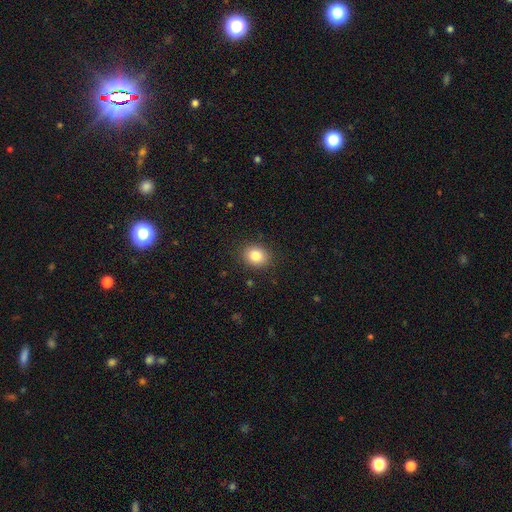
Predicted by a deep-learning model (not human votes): smooth 84%, star or artifact 10%, featured or disk 6%. Down the decision tree: how rounded — round (58%); merging — none (88%).